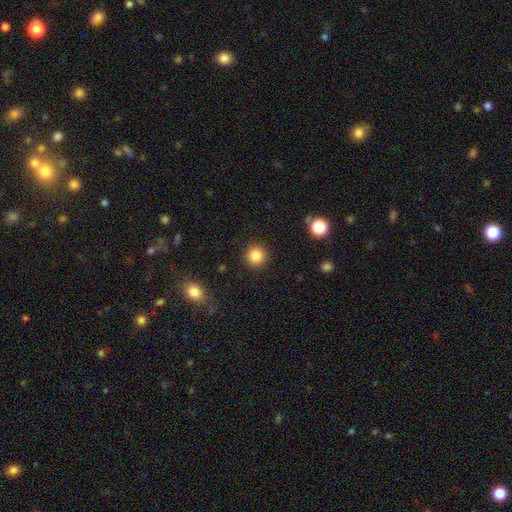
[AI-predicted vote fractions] smooth-or-featured: smooth: 85% | star or artifact: 11% | featured or disk: 5%
  how-rounded: round: 94% | in between: 5% | cigar-shaped: 1%
  merging: none: 92% | minor disturbance: 5% | major disturbance: 2% | merger: 1%